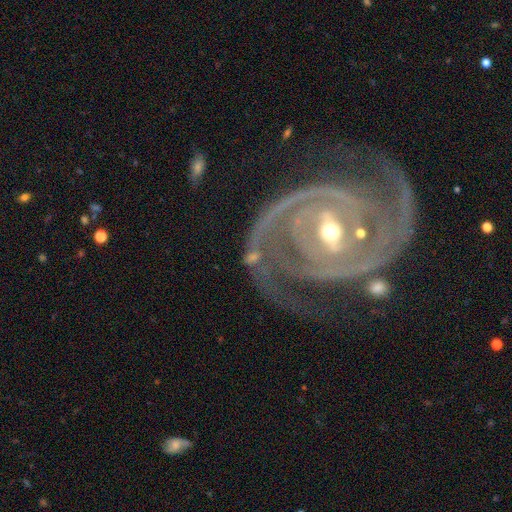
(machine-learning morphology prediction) Q: Smooth or featured?
A: featured or disk (93%); runner-up: star or artifact (4%)
Q: Edge-on disk?
A: no (98%); runner-up: yes (2%)
Q: Bar?
A: weak (38%); runner-up: strong (35%)
Q: Spiral arms?
A: yes (98%); runner-up: no (2%)
Q: Spiral winding?
A: tight (63%); runner-up: medium (32%)
Q: Spiral arm count?
A: 2 (74%); runner-up: 3 (10%)
Q: Bulge size?
A: moderate (53%); runner-up: small (44%)
Q: Merging?
A: none (68%); runner-up: minor disturbance (18%)